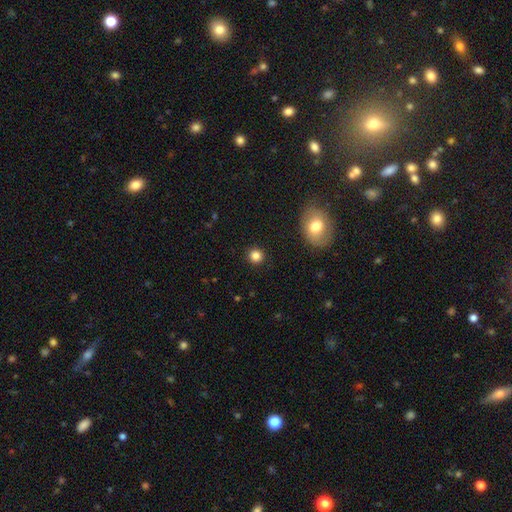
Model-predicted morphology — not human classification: Smooth or featured? smooth (84%)
How rounded? round (92%)
Merging? none (92%)